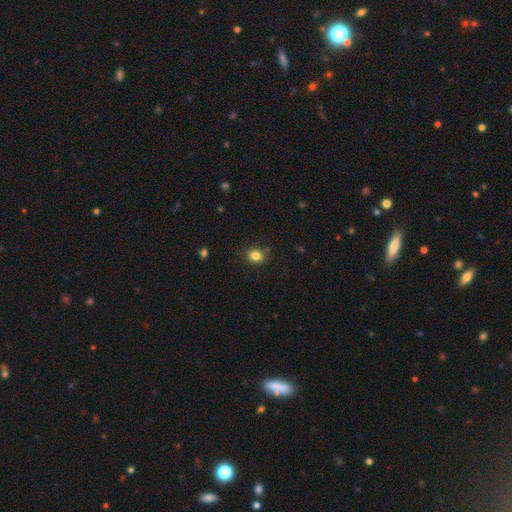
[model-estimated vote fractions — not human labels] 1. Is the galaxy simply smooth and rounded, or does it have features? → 84% smooth, 11% star or artifact, 5% featured or disk.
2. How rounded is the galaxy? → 65% round, 34% in between, 1% cigar-shaped.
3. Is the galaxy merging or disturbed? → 86% none, 10% minor disturbance, 2% major disturbance, 1% merger.